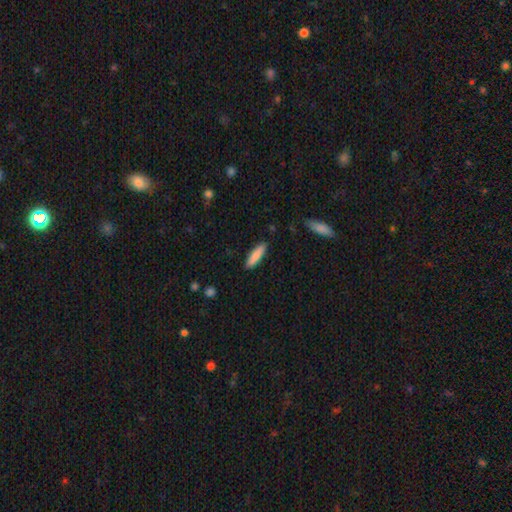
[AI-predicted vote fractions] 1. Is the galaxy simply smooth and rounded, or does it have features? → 86% smooth, 8% featured or disk, 6% star or artifact.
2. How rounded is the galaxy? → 70% cigar-shaped, 29% in between, 1% round.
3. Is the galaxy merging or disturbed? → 88% none, 9% minor disturbance, 2% major disturbance, 1% merger.